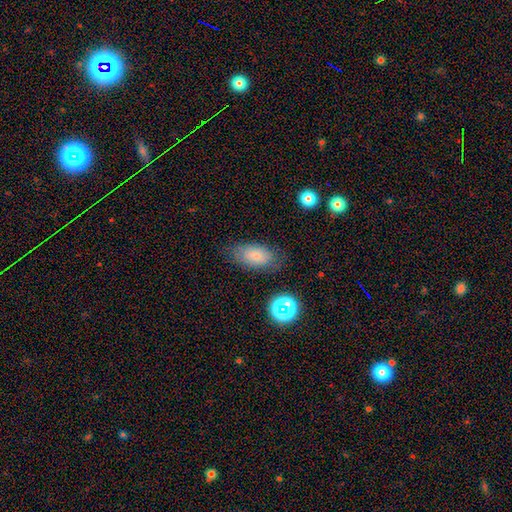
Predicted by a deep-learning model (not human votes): Overall: smooth (75%). How rounded: in between (91%). Merging: none (73%).